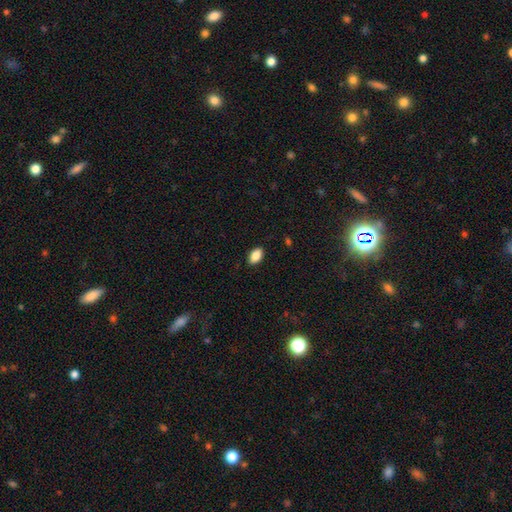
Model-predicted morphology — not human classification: Smooth or featured? Predicted: smooth (p=0.86). How rounded? Predicted: in between (p=0.92). Merging? Predicted: none (p=0.88).